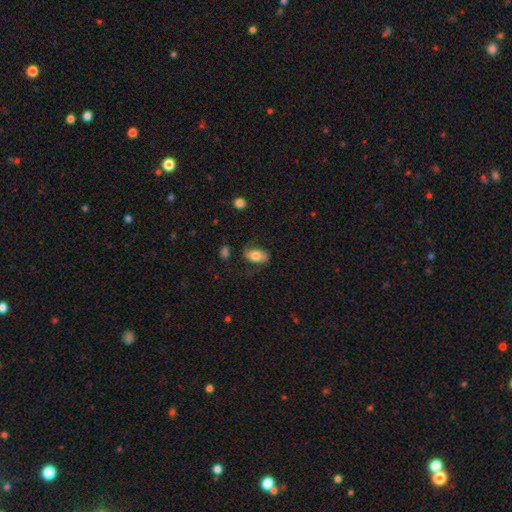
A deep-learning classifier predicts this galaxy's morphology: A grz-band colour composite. It shows a smooth galaxy with no disk features (71%) that is in between round and cigar-shaped (90%). Merging: none (65%).